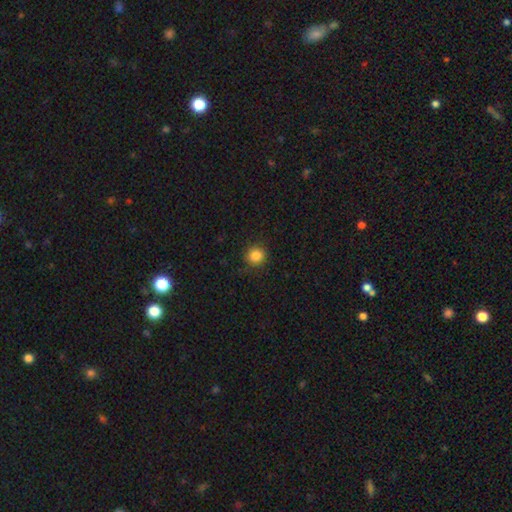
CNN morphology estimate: smooth_or_featured: smooth (p=0.85) [alt: star or artifact p=0.11]
how_rounded: round (p=0.94) [alt: in between p=0.05]
merging: none (p=0.89) [alt: minor disturbance p=0.08]